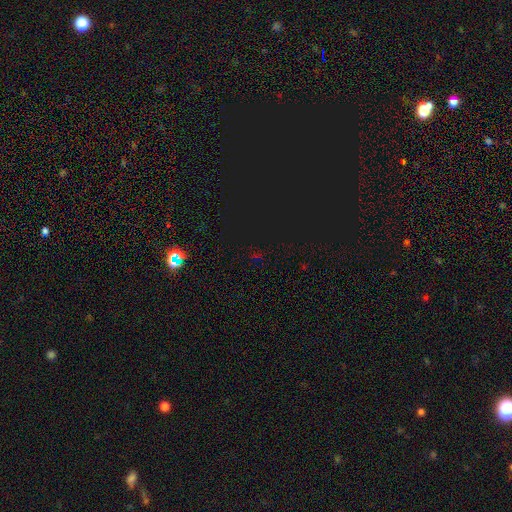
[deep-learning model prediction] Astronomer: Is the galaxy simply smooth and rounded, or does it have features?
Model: star or artifact — 78%.